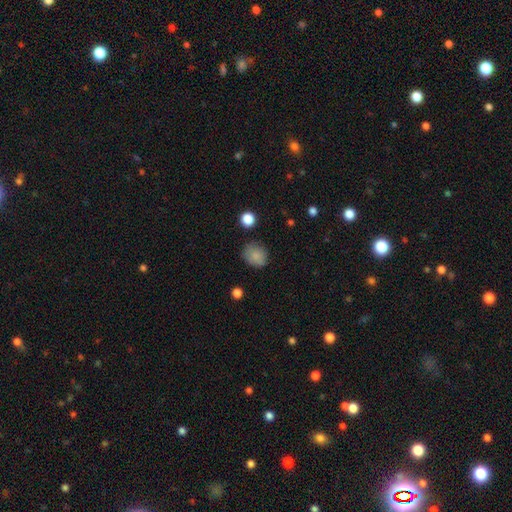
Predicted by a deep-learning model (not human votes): Smooth or featured? Predicted: smooth (p=0.84). How rounded? Predicted: round (p=0.68). Merging? Predicted: none (p=0.73).